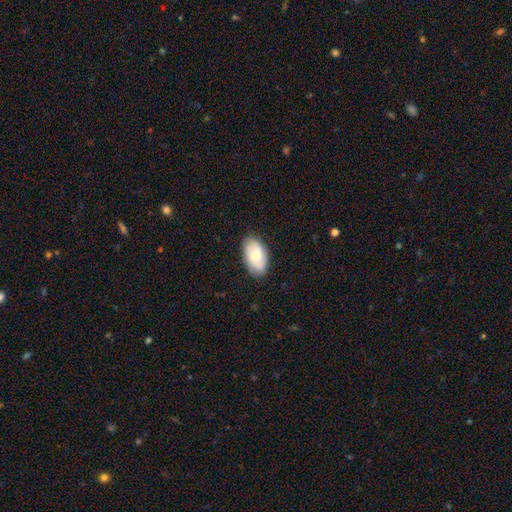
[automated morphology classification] This is possibly a smooth galaxy (55%). How rounded: clearly in between (92%). Merging: clearly none (83%).